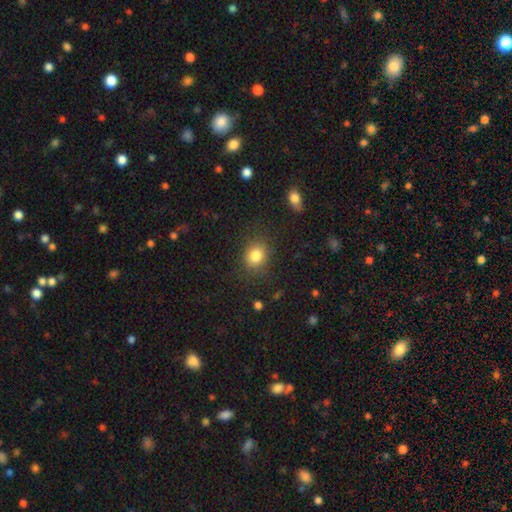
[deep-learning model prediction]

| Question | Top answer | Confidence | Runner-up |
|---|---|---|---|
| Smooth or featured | smooth | 83% | star or artifact (11%) |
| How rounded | round | 66% | in between (34%) |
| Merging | none | 84% | minor disturbance (11%) |